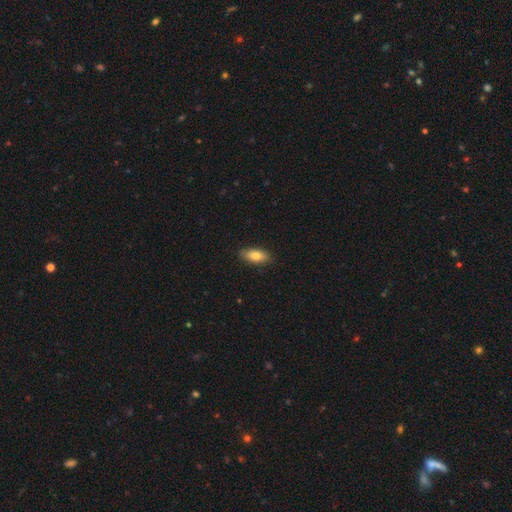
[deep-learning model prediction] Morphology: type=smooth (80%); roundness=in between (83%); merging=none (86%).